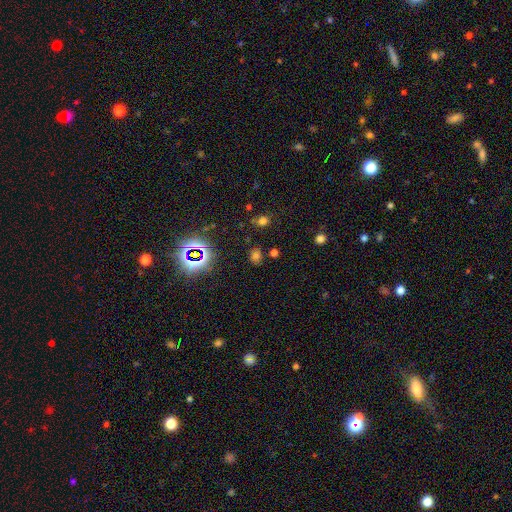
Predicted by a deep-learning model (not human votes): Overall: smooth (53%; star or artifact 39%). How rounded: round (50%; in between 49%). Merging: none (80%).